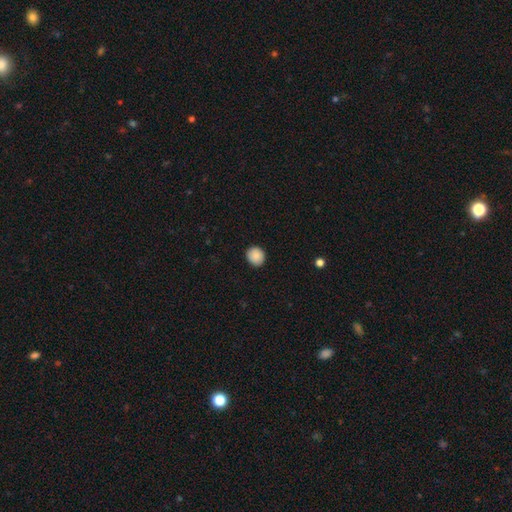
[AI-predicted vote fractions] Morphology: type=smooth (88%); roundness=round (78%); merging=none (89%).